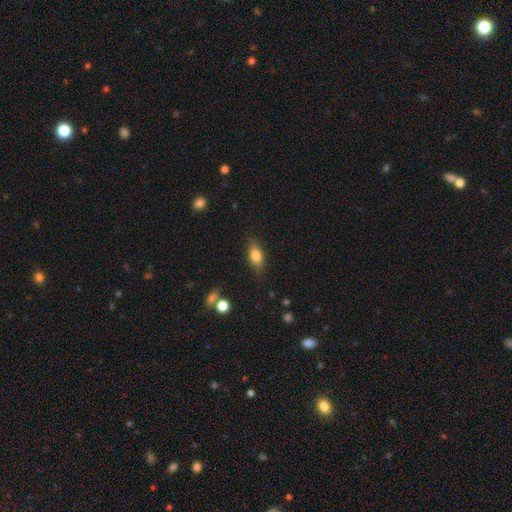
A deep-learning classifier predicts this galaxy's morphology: smooth 78%, featured or disk 14%, star or artifact 8%. Down the decision tree: how rounded — in between (81%); merging — none (84%).